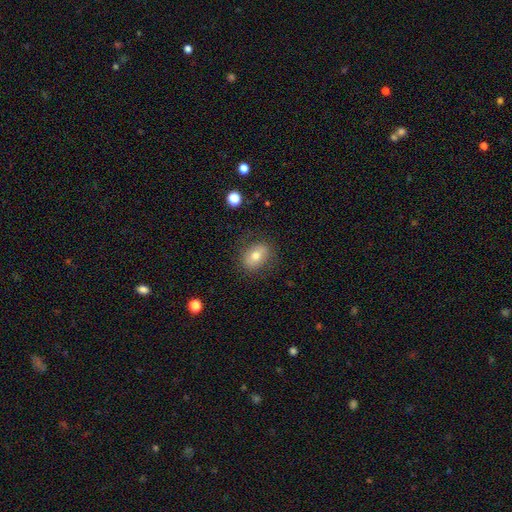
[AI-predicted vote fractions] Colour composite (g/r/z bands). It shows a smooth galaxy with no disk features (70%) that is in between round and cigar-shaped (69%). Merging: none (81%).